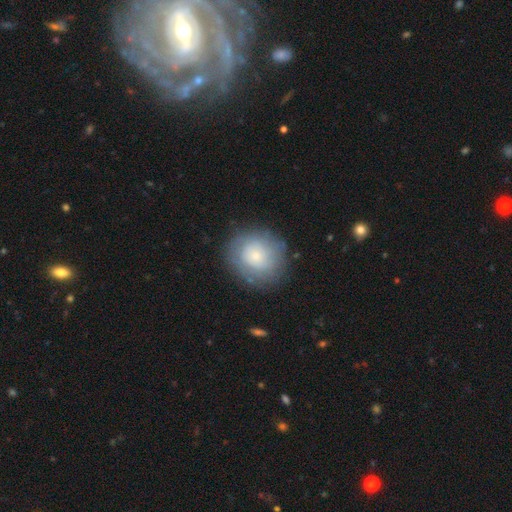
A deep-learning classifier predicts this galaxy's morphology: Smooth or featured? Predicted: smooth (p=0.65). How rounded? Predicted: round (p=0.85). Merging? Predicted: none (p=0.79).